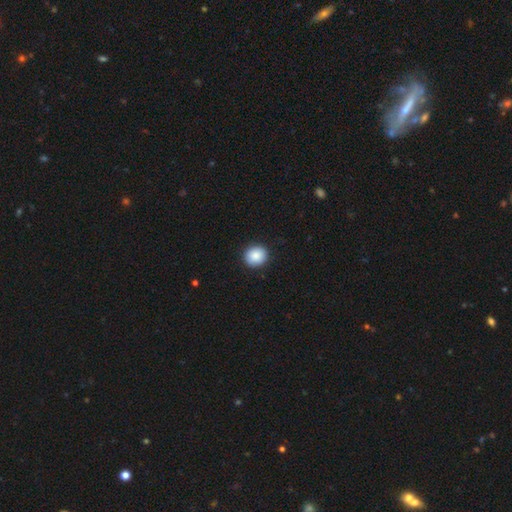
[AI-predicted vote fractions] Q: Smooth or featured?
A: smooth (88%); runner-up: star or artifact (8%)
Q: How rounded?
A: round (83%); runner-up: in between (16%)
Q: Merging?
A: none (91%); runner-up: minor disturbance (6%)